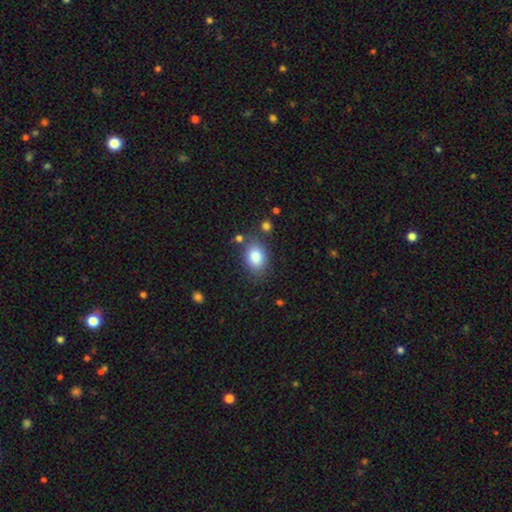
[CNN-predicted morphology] smooth_or_featured: smooth (p=0.83) [alt: featured or disk p=0.09]
how_rounded: in between (p=0.74) [alt: round p=0.25]
merging: none (p=0.77) [alt: minor disturbance p=0.13]